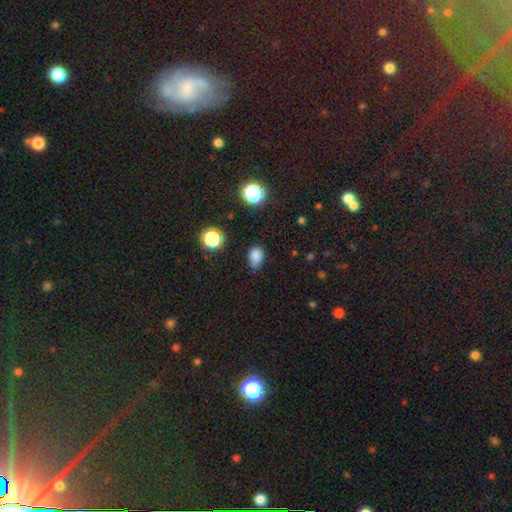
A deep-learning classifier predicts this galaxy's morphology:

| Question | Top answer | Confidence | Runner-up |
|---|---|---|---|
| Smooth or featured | smooth | 81% | star or artifact (14%) |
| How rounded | in between | 74% | round (24%) |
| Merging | none | 66% | minor disturbance (27%) |